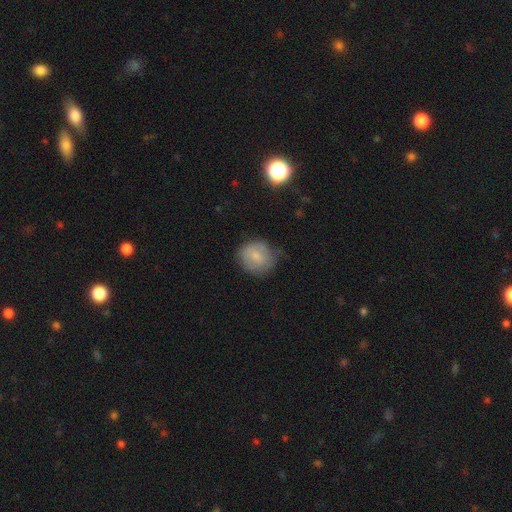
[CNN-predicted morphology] A smooth galaxy with no disk features (73%) that is round (80%). Merging: none (57%).